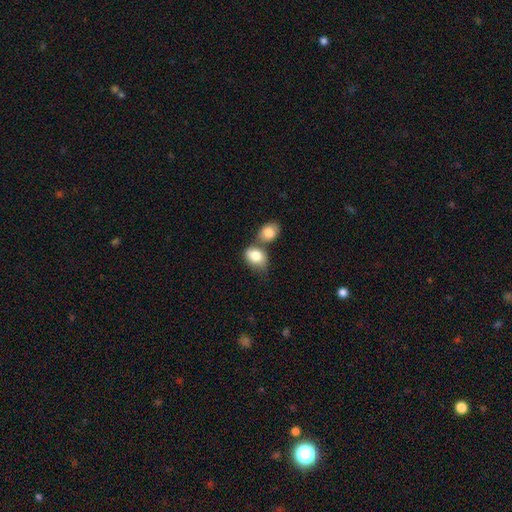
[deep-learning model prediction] Smooth or featured: smooth — 82% (featured or disk — 12%)
How rounded: in between — 73% (round — 26%)
Merging: merger — 49% (none — 30%)